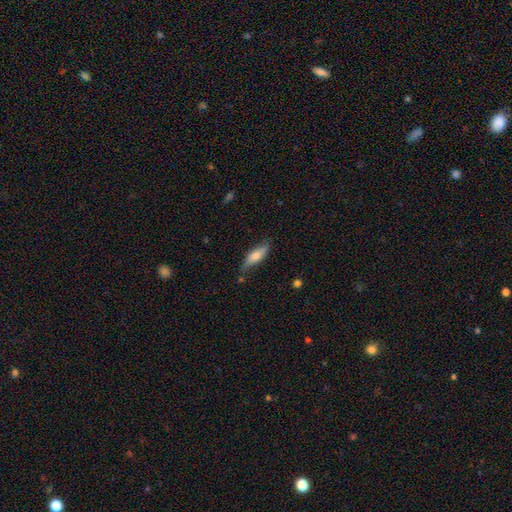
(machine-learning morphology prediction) This appears to be a smooth galaxy with no disk features (60%) that is in between round and cigar-shaped (51%). Merging: none (68%).